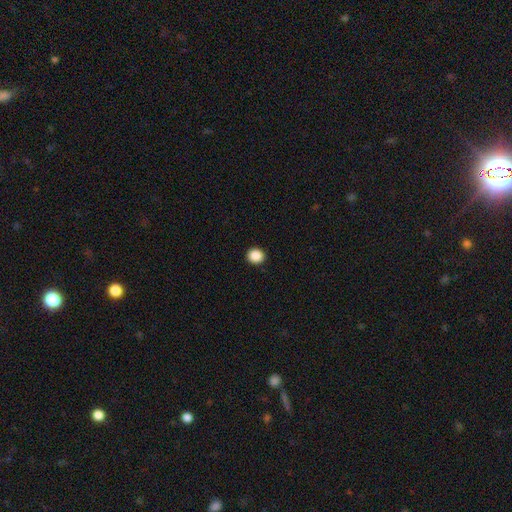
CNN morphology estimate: type=smooth (89%); roundness=round (81%); merging=none (93%).